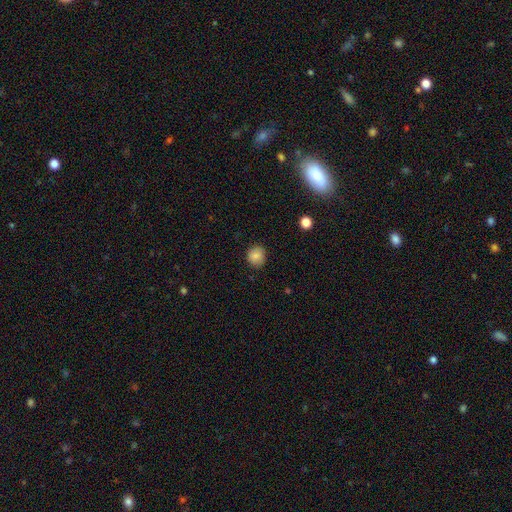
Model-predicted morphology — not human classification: smooth-or-featured: smooth: 85% | star or artifact: 10% | featured or disk: 6%
  how-rounded: round: 85% | in between: 14% | cigar-shaped: 1%
  merging: none: 86% | minor disturbance: 10% | major disturbance: 2% | merger: 1%